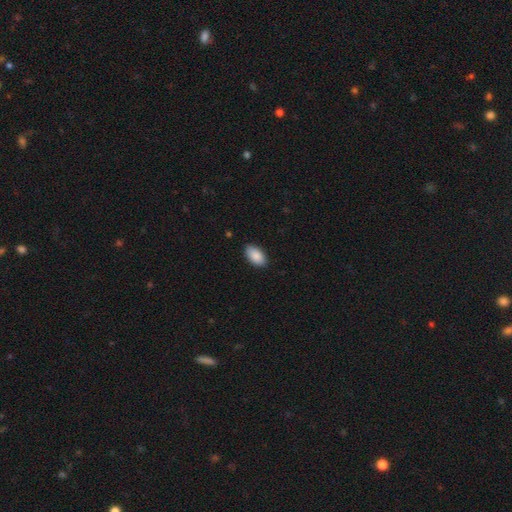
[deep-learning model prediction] Morphology: type=smooth (89%); roundness=in between (95%); merging=none (87%).